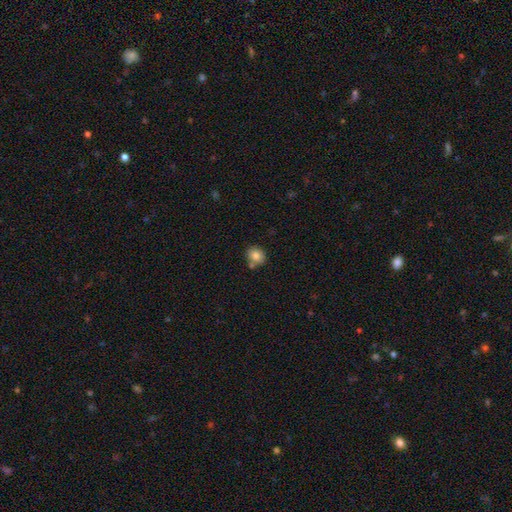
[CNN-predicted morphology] Q: Smooth or featured?
A: smooth (81%); runner-up: star or artifact (10%)
Q: How rounded?
A: round (70%); runner-up: in between (29%)
Q: Merging?
A: none (70%); runner-up: merger (15%)